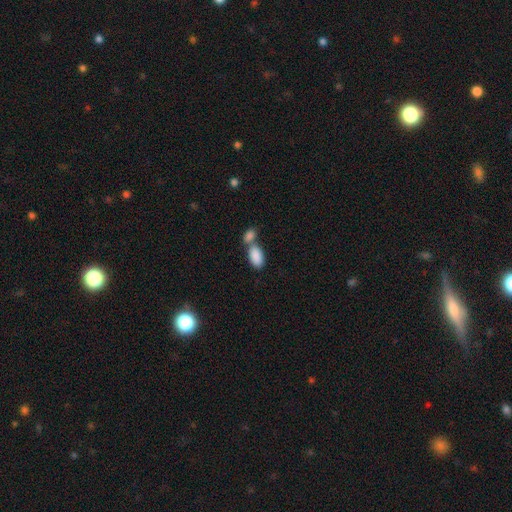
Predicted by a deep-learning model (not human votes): The model was most divided on "merging": merger: 57%, none: 31%, minor disturbance: 8%, major disturbance: 4%. More confident: how rounded — in between (95%); smooth or featured — smooth (88%).